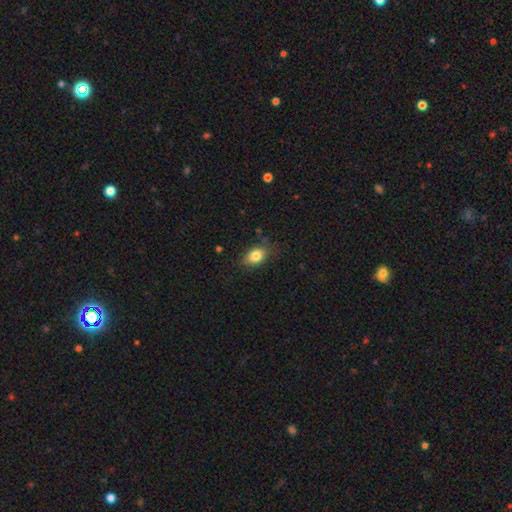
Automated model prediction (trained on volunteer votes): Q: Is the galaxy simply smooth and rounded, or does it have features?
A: smooth — 83%.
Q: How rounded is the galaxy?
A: in between — 79%.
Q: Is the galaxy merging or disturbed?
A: none — 77%.